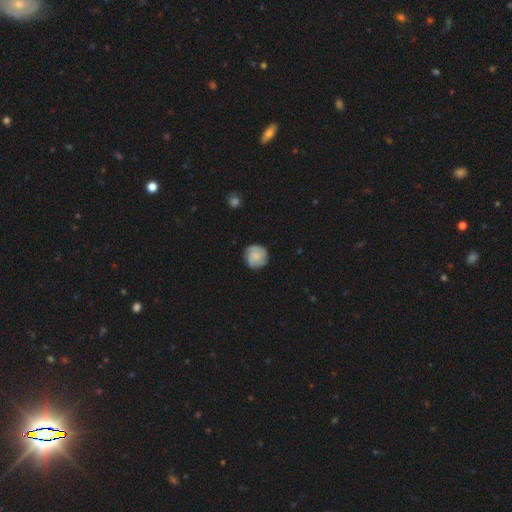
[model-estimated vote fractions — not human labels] smooth_or_featured: smooth (p=0.50) [alt: featured or disk p=0.42]
how_rounded: round (p=0.91) [alt: in between p=0.08]
merging: none (p=0.80) [alt: minor disturbance p=0.15]